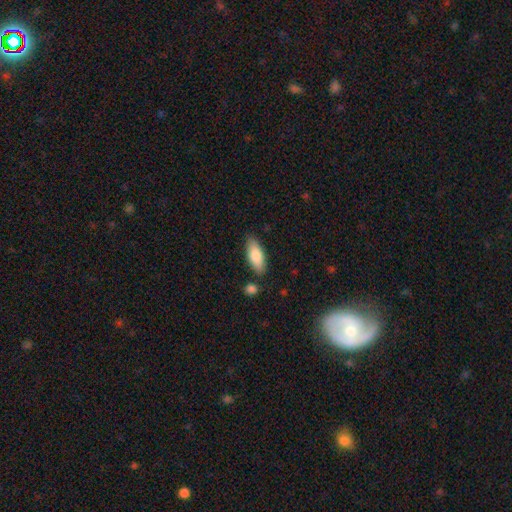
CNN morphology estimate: smooth-or-featured: smooth: 82% | featured or disk: 12% | star or artifact: 6%
  how-rounded: in between: 80% | cigar-shaped: 18% | round: 2%
  merging: none: 80% | minor disturbance: 13% | merger: 5% | major disturbance: 3%